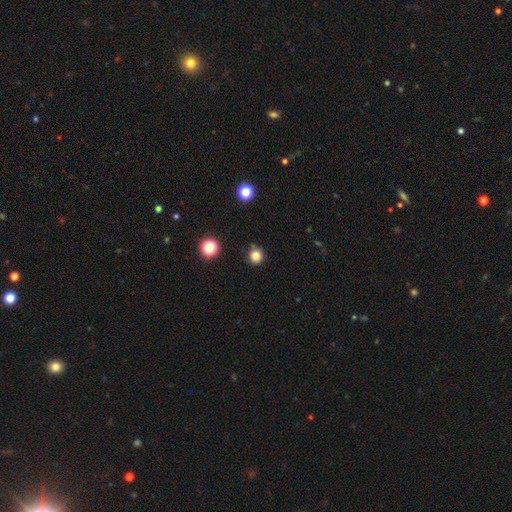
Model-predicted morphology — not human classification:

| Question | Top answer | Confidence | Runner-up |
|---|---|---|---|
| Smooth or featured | smooth | 82% | star or artifact (14%) |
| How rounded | round | 91% | in between (8%) |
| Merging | none | 84% | minor disturbance (10%) |